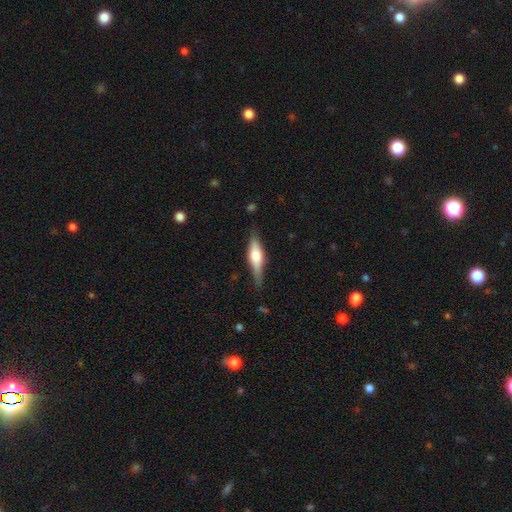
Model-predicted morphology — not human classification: A featured or disk galaxy (50%) viewed edge-on (93%).

Vote fractions:
- Smooth or featured? featured or disk: 50% / smooth: 44% / star or artifact: 6%
- Edge-on disk? yes: 93% / no: 7%
- Merging? none: 78% / minor disturbance: 17% / major disturbance: 4% / merger: 1%